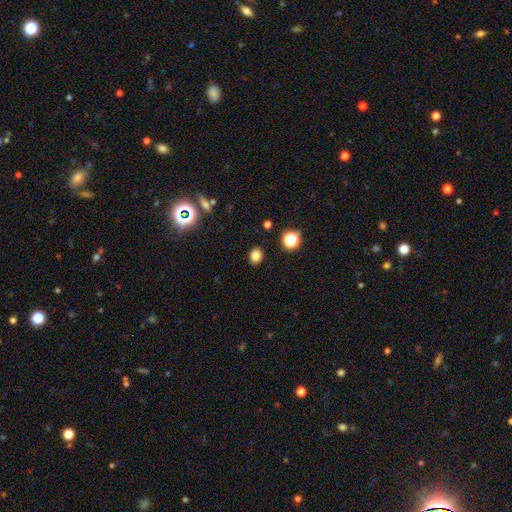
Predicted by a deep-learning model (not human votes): Q: Smooth or featured?
A: smooth (81%); runner-up: star or artifact (14%)
Q: How rounded?
A: in between (56%); runner-up: round (43%)
Q: Merging?
A: none (89%); runner-up: minor disturbance (7%)